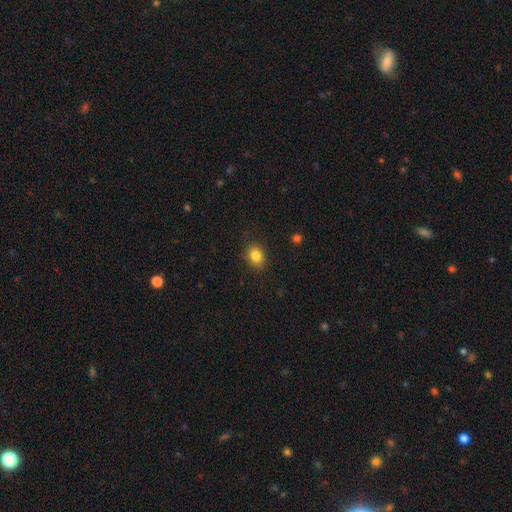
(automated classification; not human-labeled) This is clearly a smooth galaxy (84%). How rounded: possibly in between (56%). Merging: clearly none (87%).